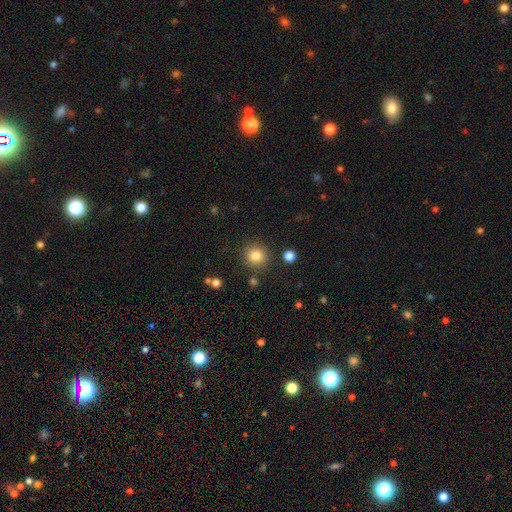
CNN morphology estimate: smooth_or_featured: smooth (p=0.83) [alt: star or artifact p=0.11]
how_rounded: round (p=0.90) [alt: in between p=0.09]
merging: none (p=0.86) [alt: minor disturbance p=0.07]